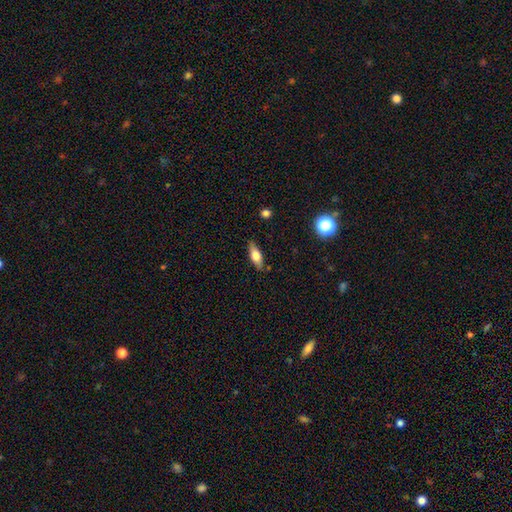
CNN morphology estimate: Smooth or featured? Predicted: smooth (p=0.60). How rounded? Predicted: in between (p=0.65). Merging? Predicted: none (p=0.83).